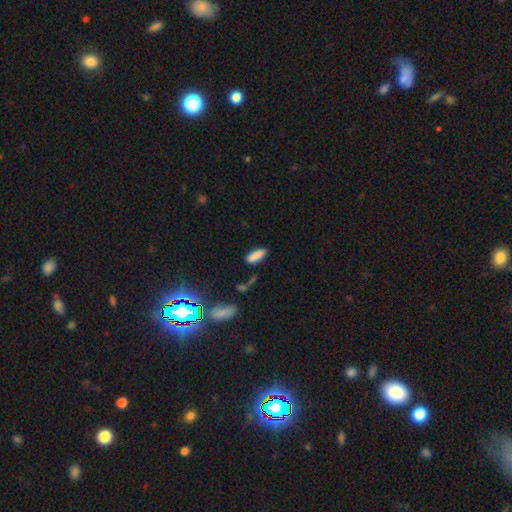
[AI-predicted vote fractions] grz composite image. It shows a smooth galaxy with no disk features (85%) that is in between round and cigar-shaped (64%). Merging: none (80%).